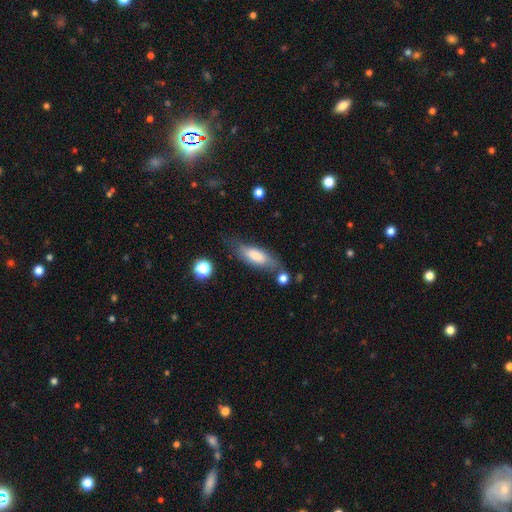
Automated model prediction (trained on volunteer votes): smooth-or-featured: smooth: 71% | featured or disk: 22% | star or artifact: 7%
  how-rounded: in between: 61% | cigar-shaped: 37% | round: 2%
  merging: none: 59% | minor disturbance: 23% | major disturbance: 9% | merger: 9%